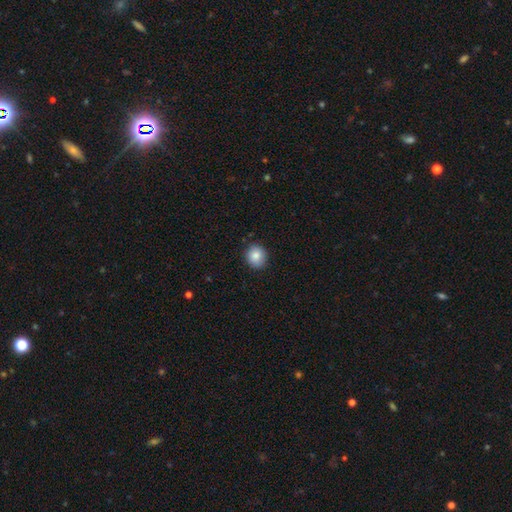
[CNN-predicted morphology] smooth-or-featured: smooth: 85% | star or artifact: 8% | featured or disk: 7%
  how-rounded: round: 79% | in between: 20% | cigar-shaped: 1%
  merging: none: 87% | minor disturbance: 10% | major disturbance: 2% | merger: 1%